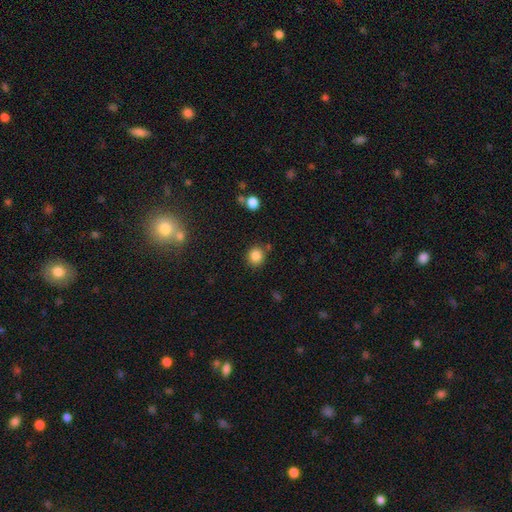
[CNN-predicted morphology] The model was most divided on "merging": none: 82%, minor disturbance: 9%, merger: 5%, major disturbance: 3%. More confident: how rounded — round (89%); smooth or featured — smooth (85%).